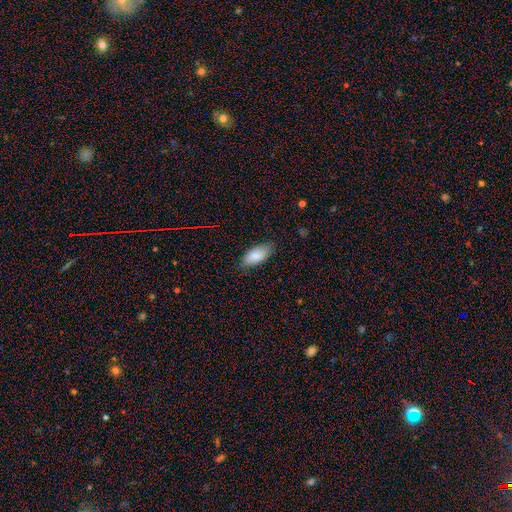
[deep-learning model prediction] smooth 85%, featured or disk 9%, star or artifact 7%. Down the decision tree: how rounded — in between (90%); merging — none (78%).